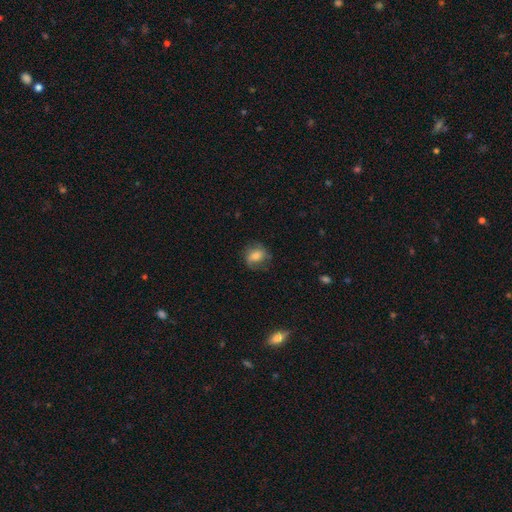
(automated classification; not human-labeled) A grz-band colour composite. It shows a smooth galaxy with no disk features (64%) that is round (53%). Merging: none (66%).